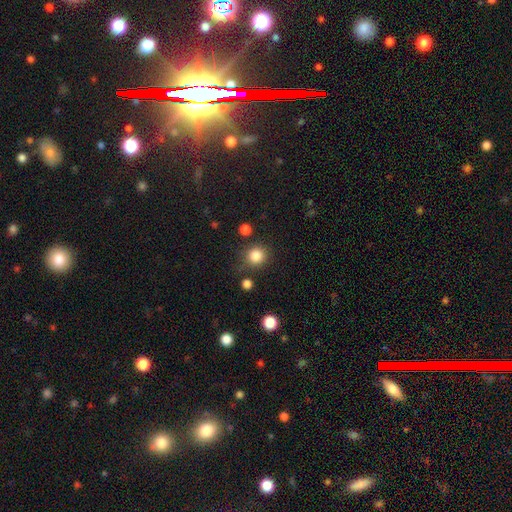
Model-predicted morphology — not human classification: Smooth or featured?
  - smooth: 84% *
  - star or artifact: 11%
  - featured or disk: 5%
How rounded?
  - round: 90% *
  - in between: 9%
  - cigar-shaped: 1%
Merging?
  - none: 79% *
  - minor disturbance: 12%
  - merger: 5%
  - major disturbance: 4%